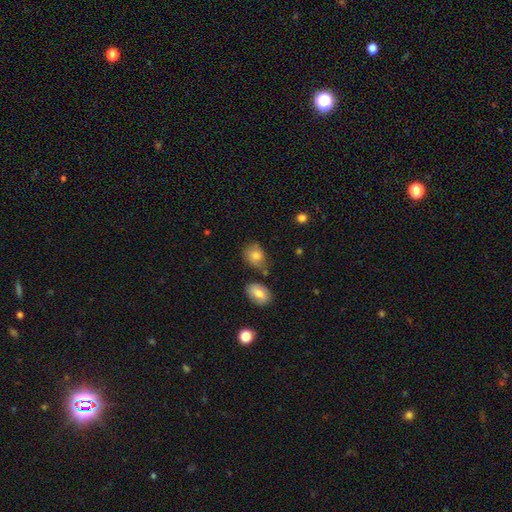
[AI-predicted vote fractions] This appears to be a smooth galaxy with no disk features (80%) that is in between round and cigar-shaped (57%). Merging: none (59%).